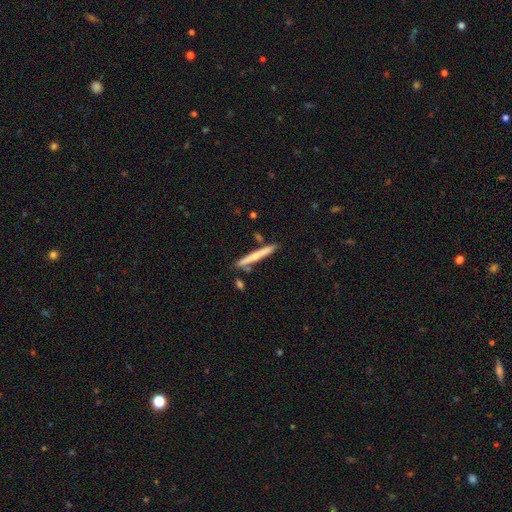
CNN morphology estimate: Smooth or featured: smooth — 53% (featured or disk — 41%)
How rounded: cigar-shaped — 96% (in between — 3%)
Merging: none — 82% (minor disturbance — 10%)